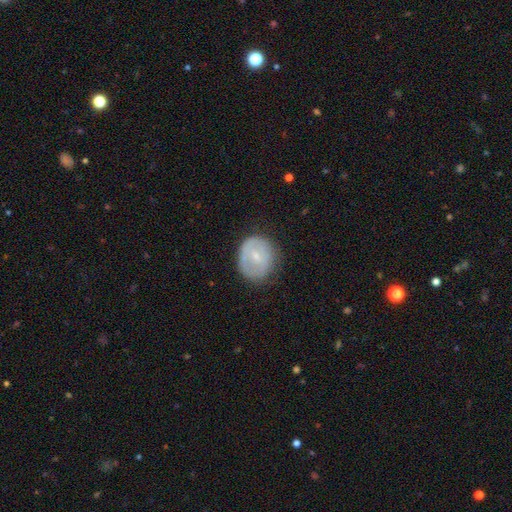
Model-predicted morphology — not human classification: Smooth or featured? smooth (54%)
How rounded? round (76%)
Merging? none (69%)